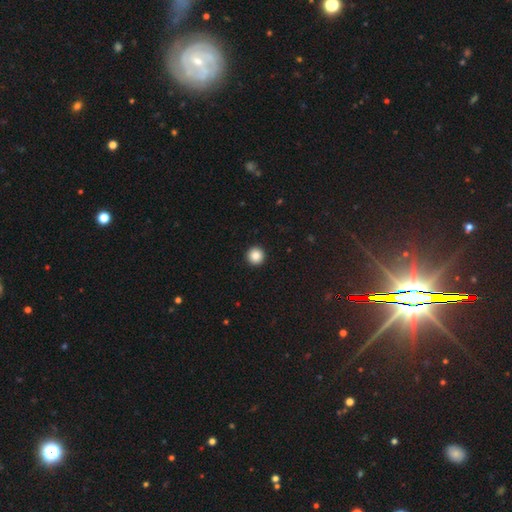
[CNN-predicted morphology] Overall: smooth (87%). How rounded: round (96%). Merging: none (94%).